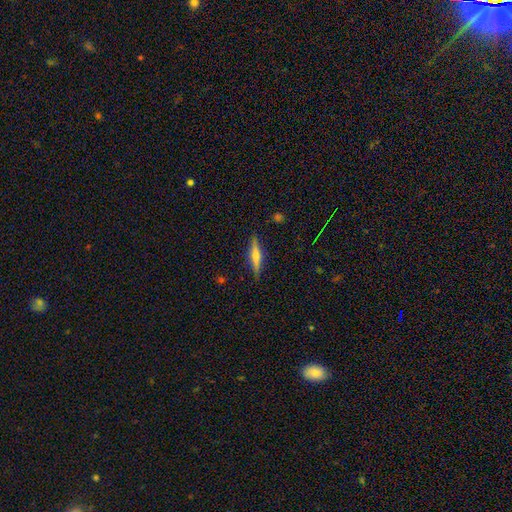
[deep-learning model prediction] The model was most divided on "smooth or featured": featured or disk: 49%, smooth: 43%, star or artifact: 8%. More confident: merging — none (87%).